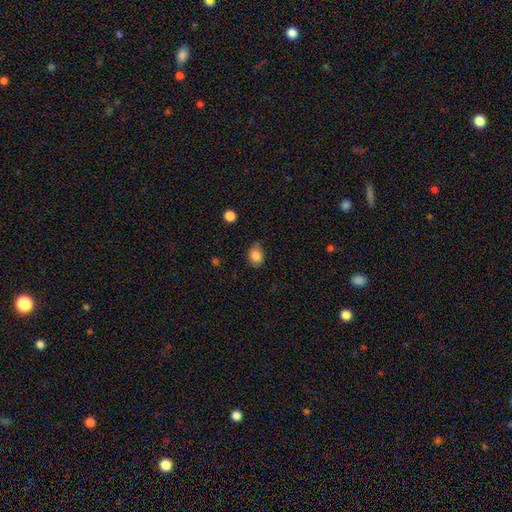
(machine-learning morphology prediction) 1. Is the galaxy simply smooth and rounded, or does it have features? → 86% smooth, 9% star or artifact, 5% featured or disk.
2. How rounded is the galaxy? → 52% in between, 47% round, 1% cigar-shaped.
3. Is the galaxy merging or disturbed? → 67% none, 26% minor disturbance, 5% major disturbance, 2% merger.